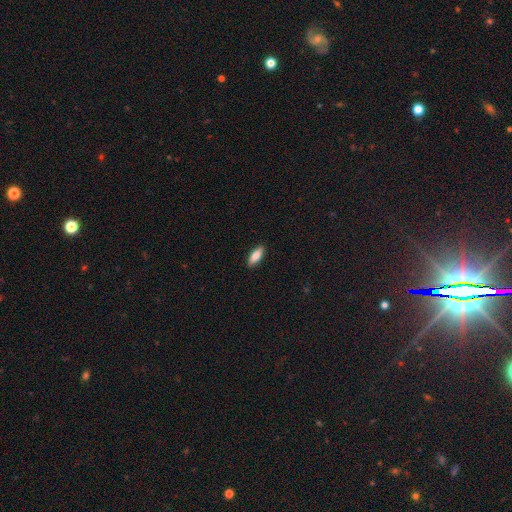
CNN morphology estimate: Smooth or featured: smooth — 84% (featured or disk — 11%)
How rounded: in between — 69% (cigar-shaped — 29%)
Merging: none — 90% (minor disturbance — 8%)